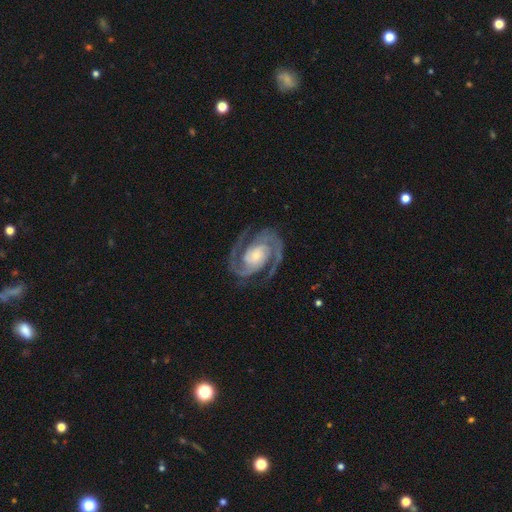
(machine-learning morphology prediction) Smooth or featured? Predicted: featured or disk (p=0.94). Edge-on disk? Predicted: no (p=0.98). Bar? Predicted: no (p=0.58). Spiral arms? Predicted: yes (p=0.99). Spiral winding? Predicted: medium (p=0.48). Spiral arm count? Predicted: 2 (p=0.93). Bulge size? Predicted: small (p=0.41). Merging? Predicted: none (p=0.80).